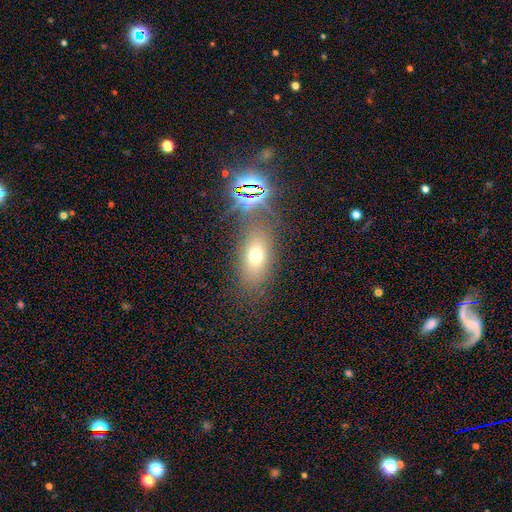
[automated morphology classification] Smooth or featured? smooth (60%)
How rounded? in between (78%)
Merging? none (76%)